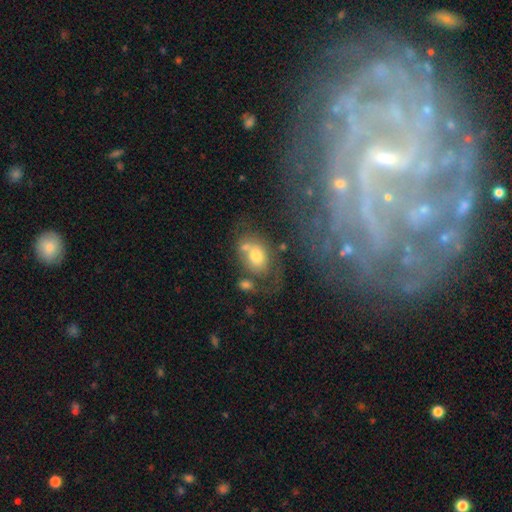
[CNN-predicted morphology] smooth_or_featured: smooth (p=0.58) [alt: featured or disk p=0.31]
how_rounded: in between (p=0.74) [alt: round p=0.24]
merging: none (p=0.40) [alt: merger p=0.26]